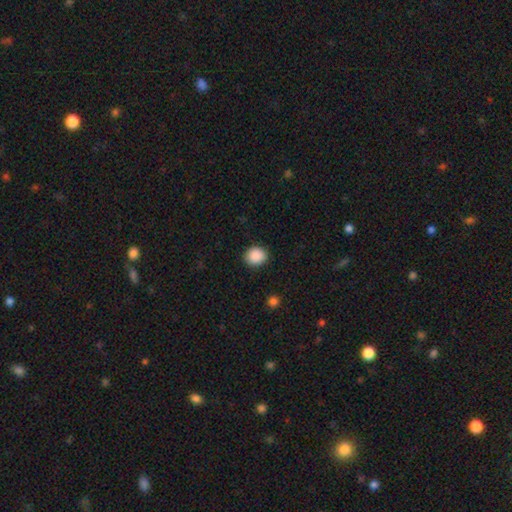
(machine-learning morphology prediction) A smooth galaxy with no disk features (90%) that is round (75%). Merging: none (90%).